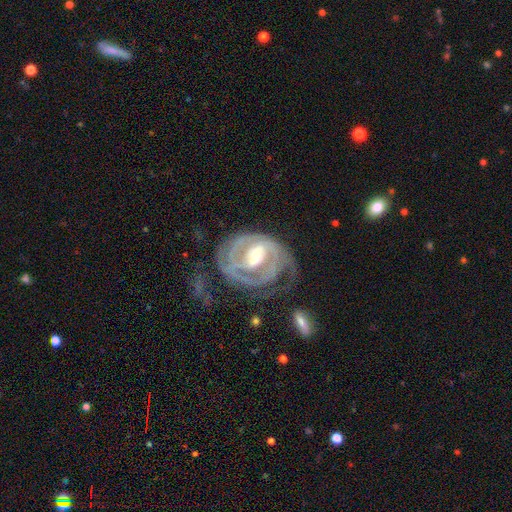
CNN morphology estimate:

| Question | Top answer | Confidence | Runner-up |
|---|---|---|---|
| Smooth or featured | featured or disk | 88% | smooth (7%) |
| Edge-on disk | no | 97% | yes (3%) |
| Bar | weak | 44% | strong (35%) |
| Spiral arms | yes | 93% | no (7%) |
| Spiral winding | tight | 63% | medium (29%) |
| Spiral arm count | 2 | 41% | can't tell (25%) |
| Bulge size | moderate | 50% | small (44%) |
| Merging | none | 45% | major disturbance (28%) |